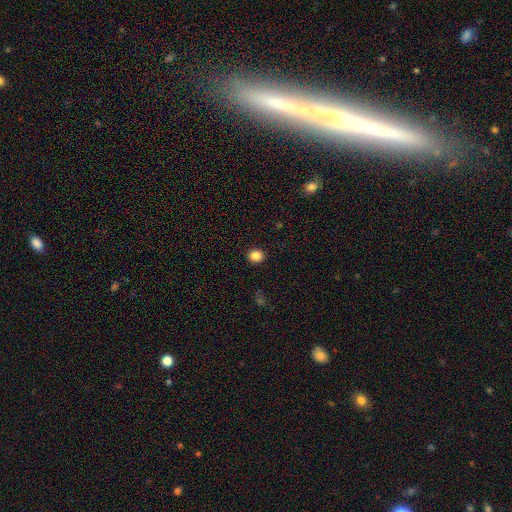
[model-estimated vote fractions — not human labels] Q: Smooth or featured?
A: smooth (86%); runner-up: star or artifact (11%)
Q: How rounded?
A: round (82%); runner-up: in between (17%)
Q: Merging?
A: none (92%); runner-up: minor disturbance (6%)